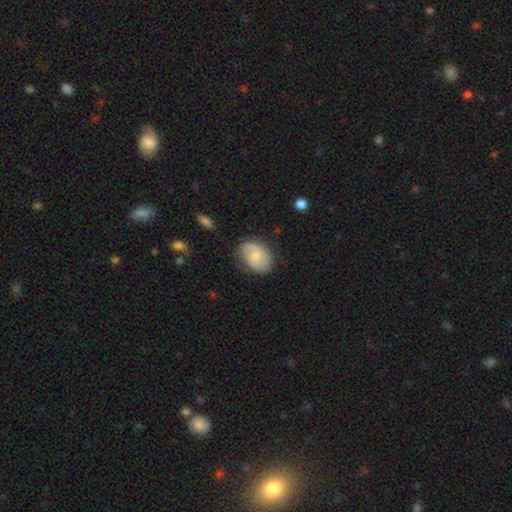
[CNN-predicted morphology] Smooth or featured?
  - featured or disk: 51% *
  - smooth: 42%
  - star or artifact: 7%
Edge-on disk?
  - no: 97% *
  - yes: 3%
Merging?
  - none: 67% *
  - minor disturbance: 24%
  - major disturbance: 8%
  - merger: 2%